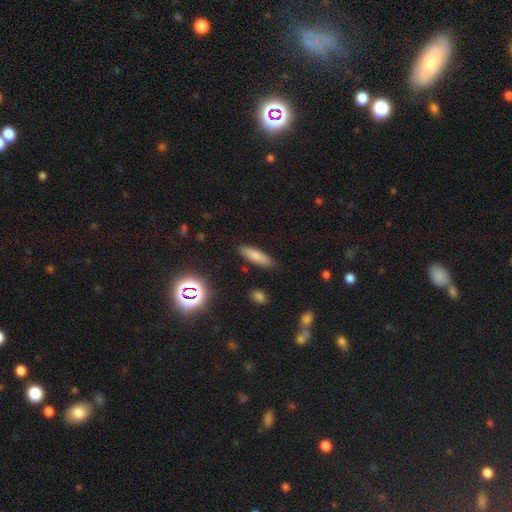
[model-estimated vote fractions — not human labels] Overall: smooth (78%). How rounded: cigar-shaped (58%; in between 40%). Merging: none (86%).